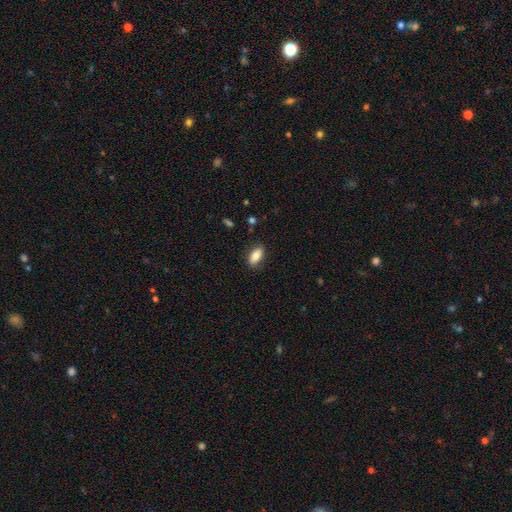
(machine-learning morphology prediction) Smooth or featured? Predicted: smooth (p=0.83). How rounded? Predicted: in between (p=0.89). Merging? Predicted: none (p=0.86).